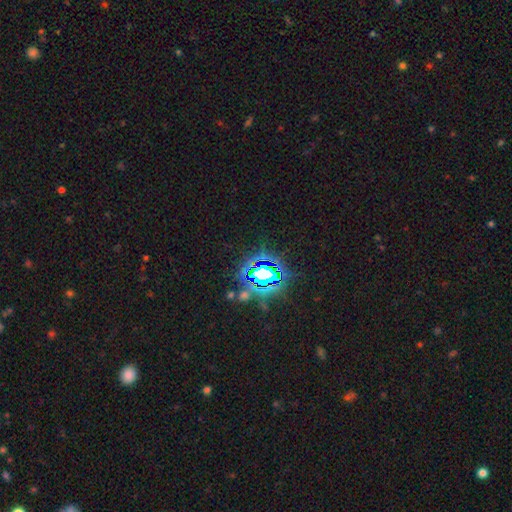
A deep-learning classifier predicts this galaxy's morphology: Smooth or featured? star or artifact (84%)